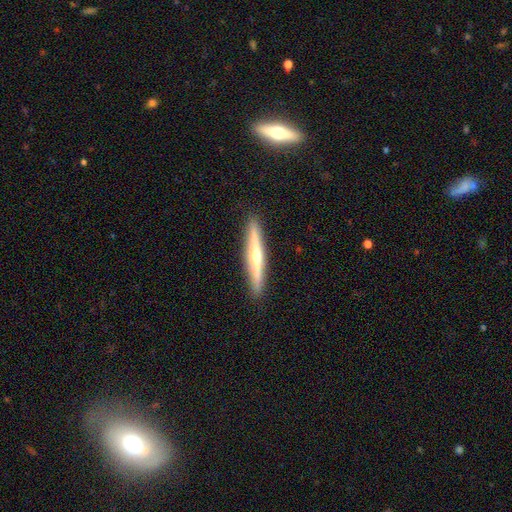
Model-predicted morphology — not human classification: A featured or disk galaxy (65%) viewed edge-on (97%) with a rounded central bulge (83%). Merging: none (90%).